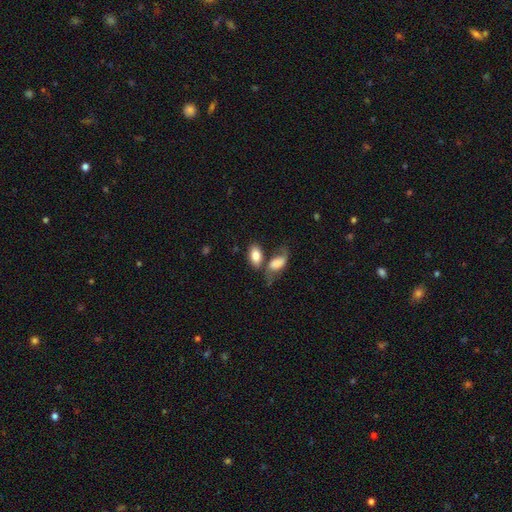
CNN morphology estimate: This is clearly a smooth galaxy (81%). How rounded: clearly in between (93%). Merging: marginally none (45%).